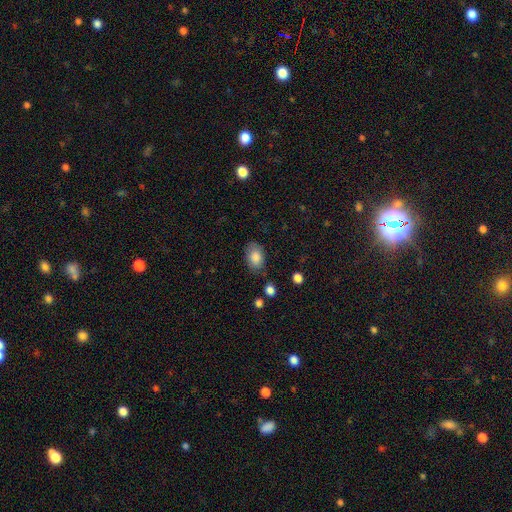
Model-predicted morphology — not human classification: Smooth or featured: smooth — 85% (featured or disk — 8%)
How rounded: in between — 85% (round — 13%)
Merging: none — 75% (minor disturbance — 18%)